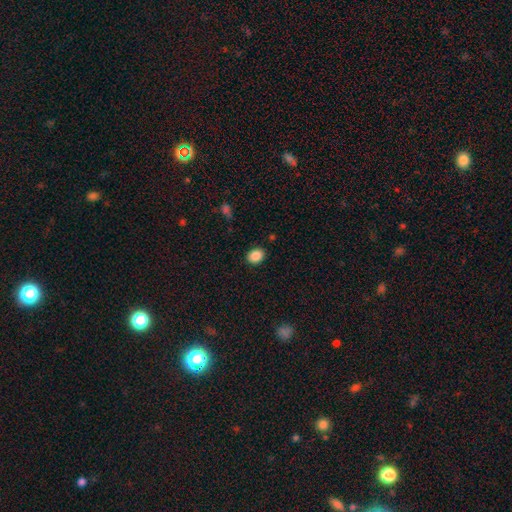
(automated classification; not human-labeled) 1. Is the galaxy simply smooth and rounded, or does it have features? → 88% smooth, 9% star or artifact, 4% featured or disk.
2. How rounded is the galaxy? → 55% in between, 44% round, 1% cigar-shaped.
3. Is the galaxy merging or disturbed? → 89% none, 8% minor disturbance, 2% major disturbance, 1% merger.